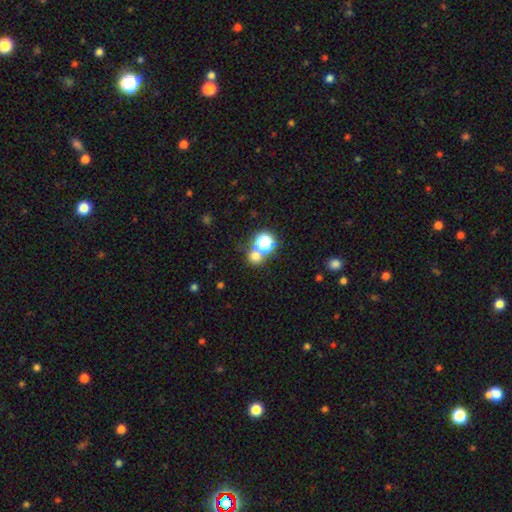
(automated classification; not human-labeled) smooth-or-featured: smooth: 63% | star or artifact: 29% | featured or disk: 7%
  how-rounded: round: 87% | in between: 12% | cigar-shaped: 1%
  merging: none: 60% | merger: 29% | minor disturbance: 7% | major disturbance: 4%